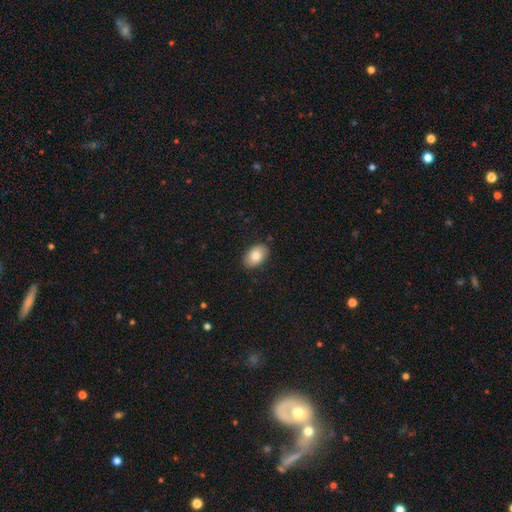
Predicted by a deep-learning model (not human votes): Q: Smooth or featured?
A: smooth (80%); runner-up: featured or disk (12%)
Q: How rounded?
A: in between (89%); runner-up: round (10%)
Q: Merging?
A: none (87%); runner-up: minor disturbance (10%)